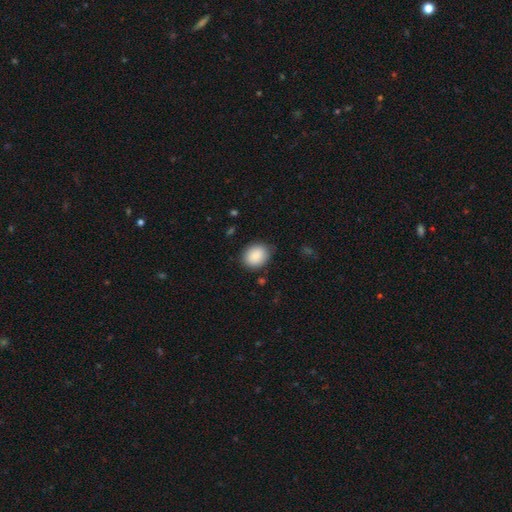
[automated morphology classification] Smooth or featured: smooth — 89% (star or artifact — 7%)
How rounded: in between — 53% (round — 46%)
Merging: none — 82% (minor disturbance — 14%)